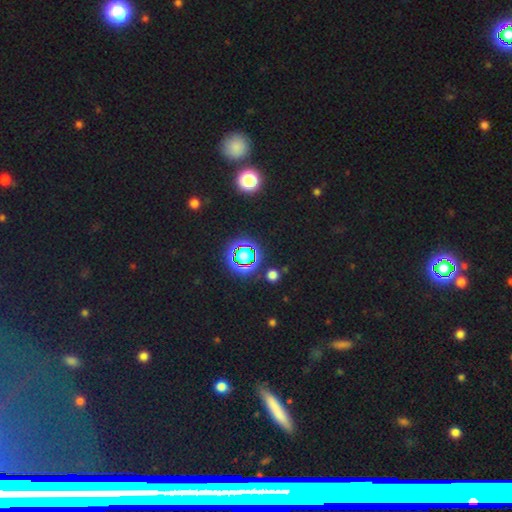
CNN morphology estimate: Smooth or featured: star or artifact — 74% (smooth — 17%)